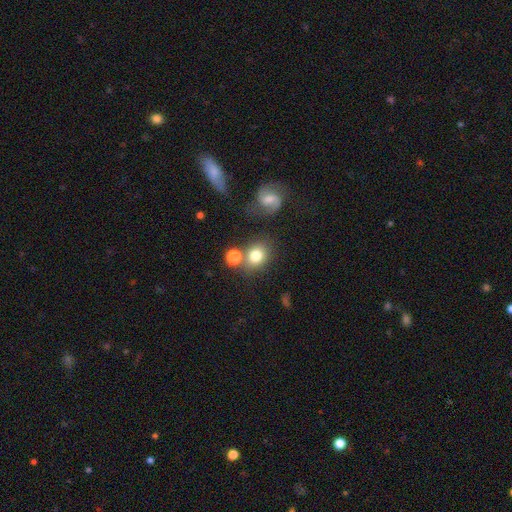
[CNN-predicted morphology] smooth-or-featured: smooth: 76% | featured or disk: 13% | star or artifact: 11%
  how-rounded: round: 64% | in between: 34% | cigar-shaped: 1%
  merging: none: 65% | merger: 17% | minor disturbance: 13% | major disturbance: 5%